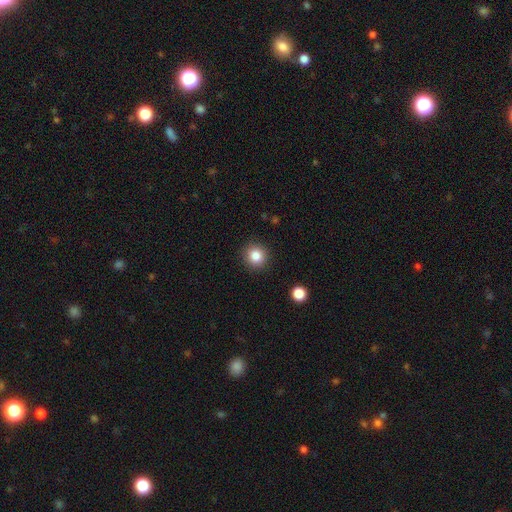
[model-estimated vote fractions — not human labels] Overall: smooth (83%). How rounded: round (93%). Merging: none (91%).